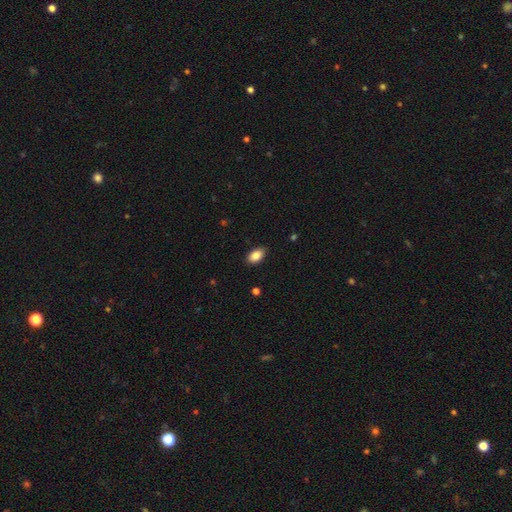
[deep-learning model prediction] smooth_or_featured: smooth (p=0.87) [alt: star or artifact p=0.08]
how_rounded: in between (p=0.92) [alt: round p=0.06]
merging: none (p=0.88) [alt: minor disturbance p=0.10]